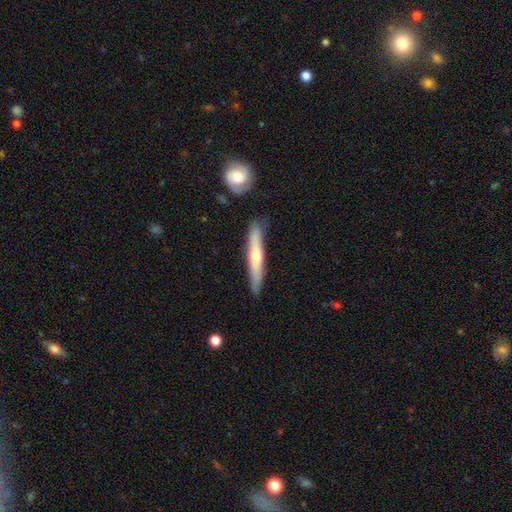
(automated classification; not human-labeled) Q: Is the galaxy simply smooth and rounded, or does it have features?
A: featured or disk — 51%.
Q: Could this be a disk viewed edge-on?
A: yes — 89%.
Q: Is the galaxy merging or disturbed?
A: none — 83%.